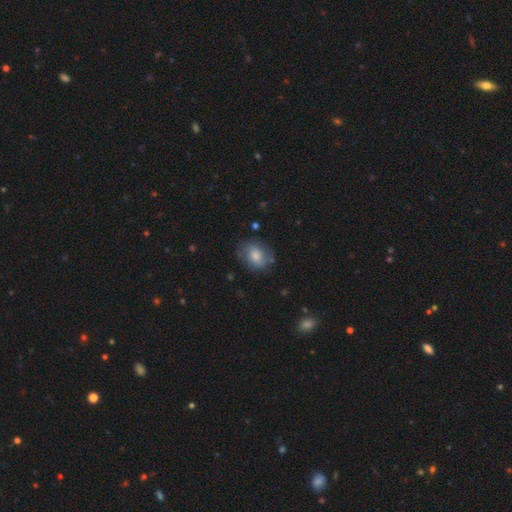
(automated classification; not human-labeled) Smooth or featured: smooth — 66% (featured or disk — 26%)
How rounded: in between — 56% (round — 43%)
Merging: none — 69% (minor disturbance — 21%)